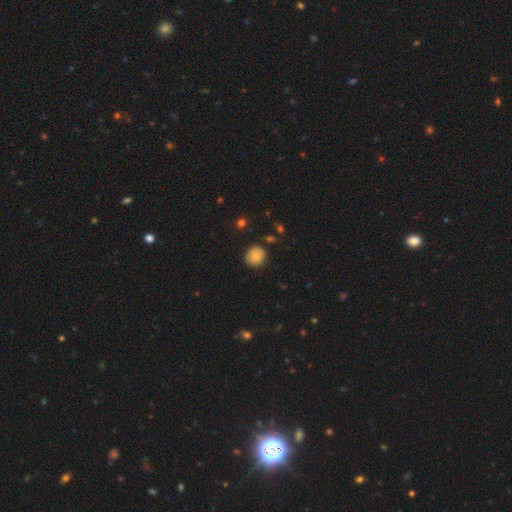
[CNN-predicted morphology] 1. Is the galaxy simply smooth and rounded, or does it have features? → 82% smooth, 9% star or artifact, 8% featured or disk.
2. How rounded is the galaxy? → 91% round, 8% in between, 1% cigar-shaped.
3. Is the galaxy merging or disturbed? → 85% none, 11% minor disturbance, 2% major disturbance, 2% merger.